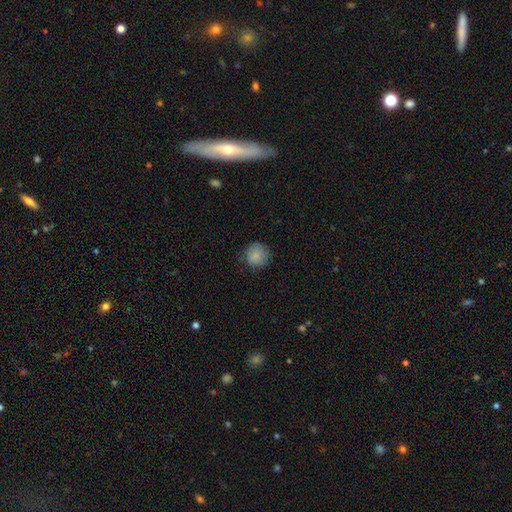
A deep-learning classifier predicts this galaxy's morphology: This is clearly a smooth galaxy (85%). How rounded: clearly round (91%). Merging: likely none (79%).